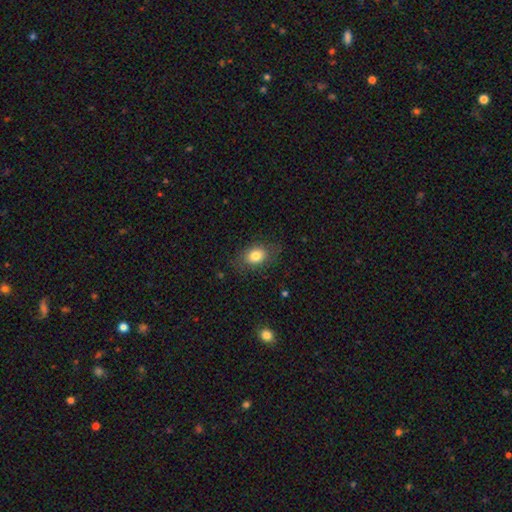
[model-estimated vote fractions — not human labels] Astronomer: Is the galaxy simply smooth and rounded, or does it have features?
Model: smooth — 81%.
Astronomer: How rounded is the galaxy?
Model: in between — 71%.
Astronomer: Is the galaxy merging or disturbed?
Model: none — 80%.